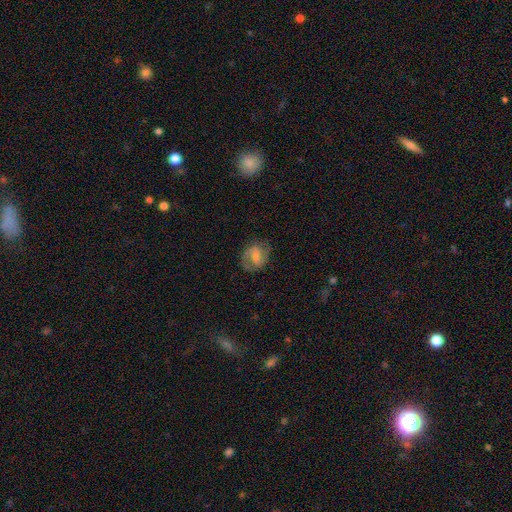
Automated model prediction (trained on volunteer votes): The model was most divided on "bulge size": moderate: 35%, small: 31%, none: 22%, large: 10%, dominant: 2%. Remaining: edge-on disk — no (97%); spiral arms — yes (85%); merging — none (72%); smooth or featured — featured or disk (59%); bar — weak (50%).